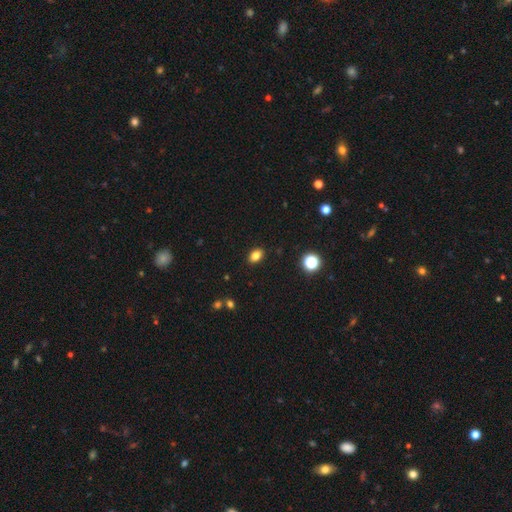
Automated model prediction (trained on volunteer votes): This is clearly a smooth galaxy (82%). How rounded: likely in between (78%). Merging: clearly none (89%).